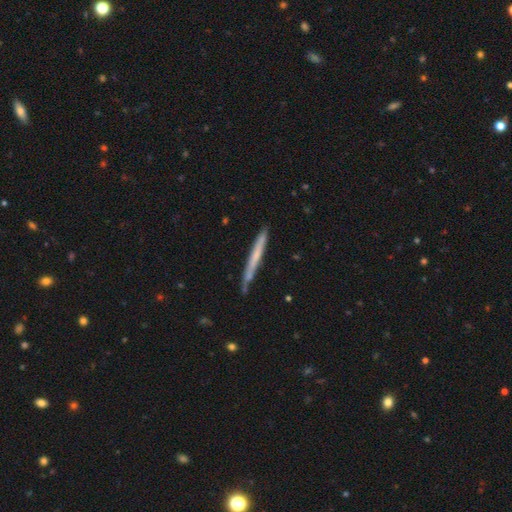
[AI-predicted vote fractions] Morphology: type=smooth (52%); roundness=cigar-shaped (97%); merging=none (81%).